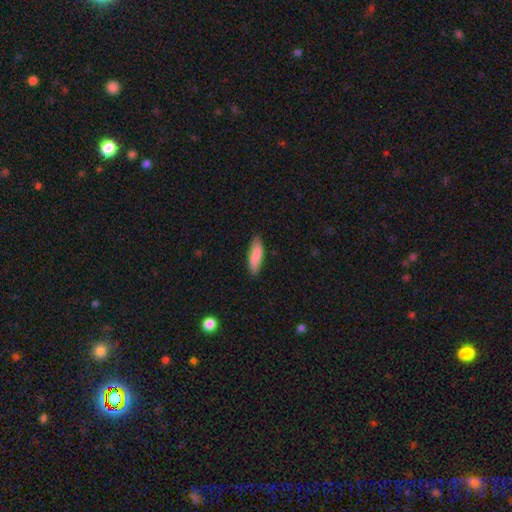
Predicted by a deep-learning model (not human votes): Smooth or featured: smooth — 88% (featured or disk — 7%)
How rounded: cigar-shaped — 50% (in between — 48%)
Merging: none — 83% (minor disturbance — 14%)